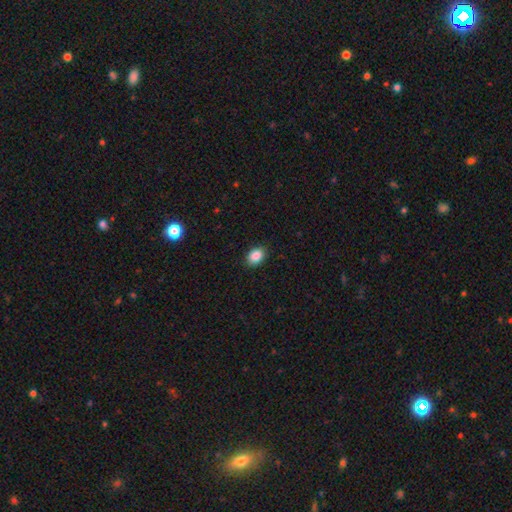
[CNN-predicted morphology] Q: Smooth or featured?
A: smooth (87%); runner-up: star or artifact (9%)
Q: How rounded?
A: in between (72%); runner-up: round (27%)
Q: Merging?
A: none (89%); runner-up: minor disturbance (8%)